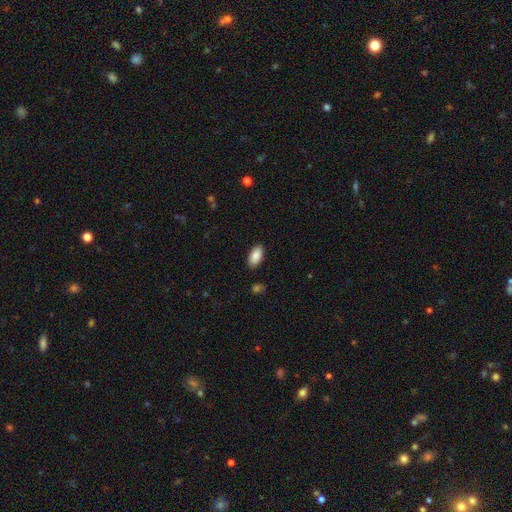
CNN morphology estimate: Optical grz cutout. It shows a smooth galaxy with no disk features (88%) that is in between round and cigar-shaped (94%). Merging: none (88%).